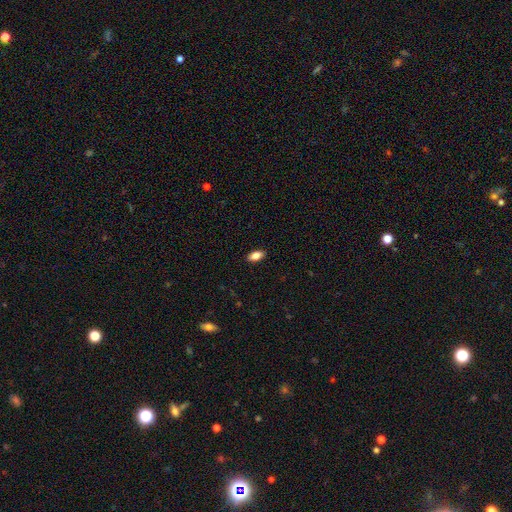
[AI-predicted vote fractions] smooth-or-featured: smooth: 84% | featured or disk: 8% | star or artifact: 8%
  how-rounded: in between: 89% | cigar-shaped: 7% | round: 3%
  merging: none: 89% | minor disturbance: 8% | major disturbance: 2% | merger: 1%